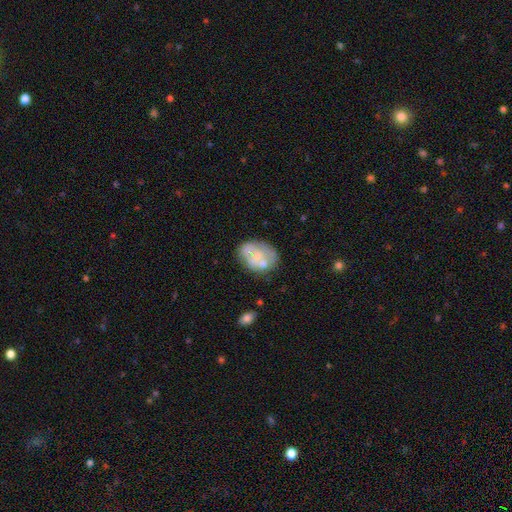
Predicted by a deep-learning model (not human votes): Overall: featured or disk (48%; smooth 43%). Merging: none (46%; minor disturbance 25%).